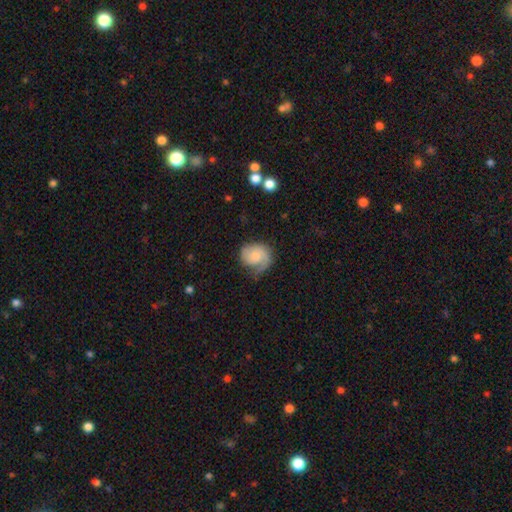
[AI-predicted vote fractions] This is possibly a featured or disk galaxy (57%). It is clearly not viewed edge-on (98%). Bar: likely no (72%). Spiral arm pattern: clearly yes (89%). Central bulge: possibly small (46%). Merging: possibly none (52%).